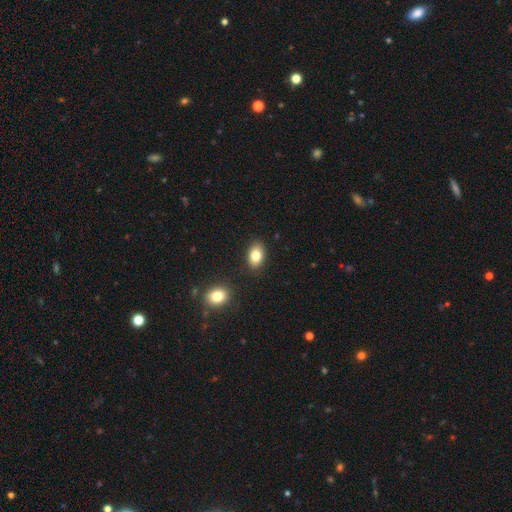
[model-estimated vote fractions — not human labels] Smooth or featured: smooth — 83% (featured or disk — 9%)
How rounded: in between — 87% (round — 12%)
Merging: none — 86% (minor disturbance — 9%)